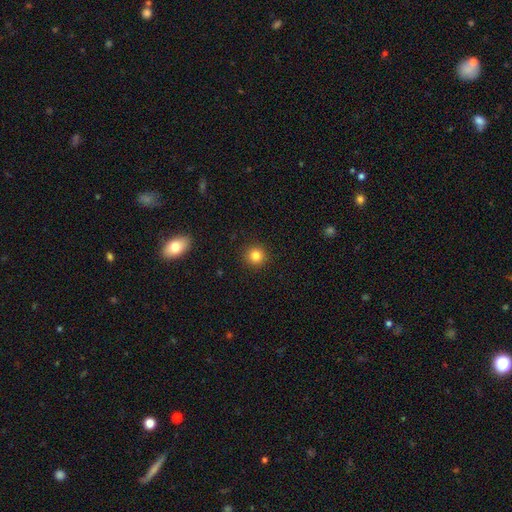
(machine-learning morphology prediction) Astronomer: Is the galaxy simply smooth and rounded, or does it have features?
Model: smooth — 83%.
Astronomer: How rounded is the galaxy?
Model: round — 95%.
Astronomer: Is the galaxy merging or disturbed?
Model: none — 92%.